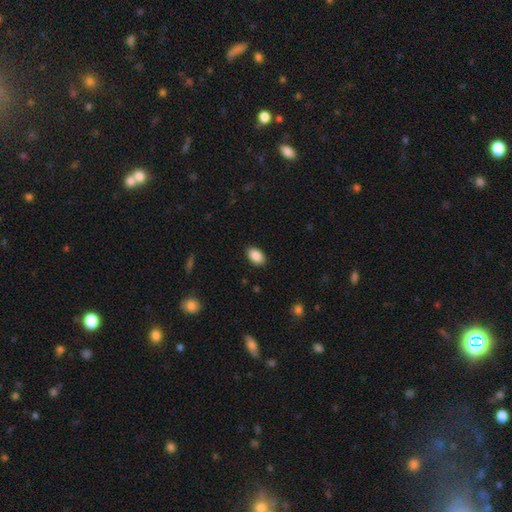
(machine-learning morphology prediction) Smooth or featured? smooth (89%)
How rounded? in between (91%)
Merging? none (88%)